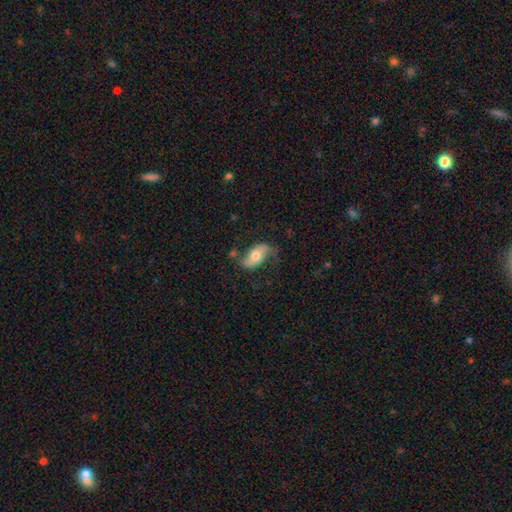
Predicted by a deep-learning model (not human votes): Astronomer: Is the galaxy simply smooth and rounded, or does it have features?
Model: featured or disk — 51% (runner-up: smooth, 42%).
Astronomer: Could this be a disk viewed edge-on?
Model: no — 86%.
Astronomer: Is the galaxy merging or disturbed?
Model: none — 63%.